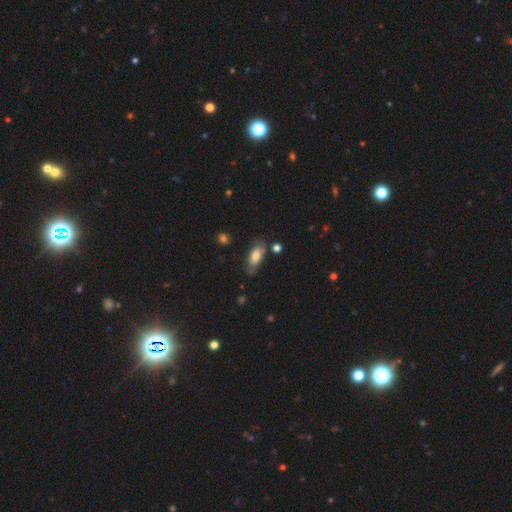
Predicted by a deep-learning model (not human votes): smooth 75%, featured or disk 17%, star or artifact 7%. Down the decision tree: how rounded — in between (84%); merging — none (69%).